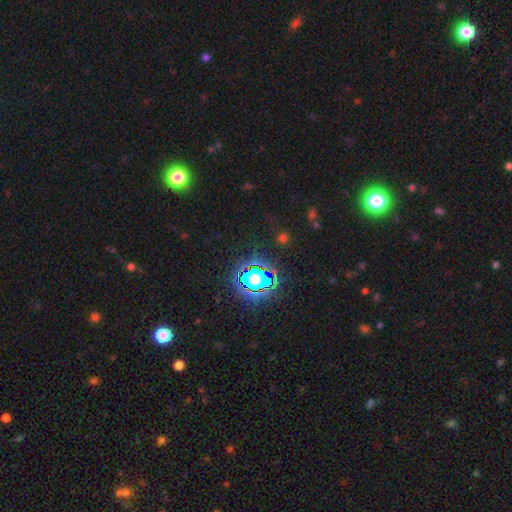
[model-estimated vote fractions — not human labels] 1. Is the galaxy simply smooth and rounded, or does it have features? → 73% star or artifact, 18% smooth, 9% featured or disk.